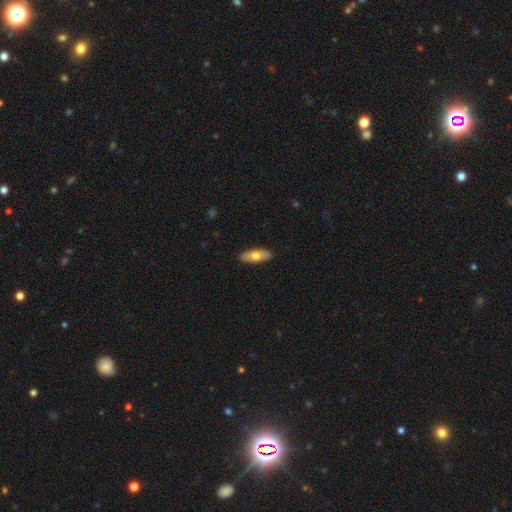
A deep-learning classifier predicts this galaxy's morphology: smooth 68%, featured or disk 27%, star or artifact 6%. Down the decision tree: how rounded — in between (65%); merging — none (90%).